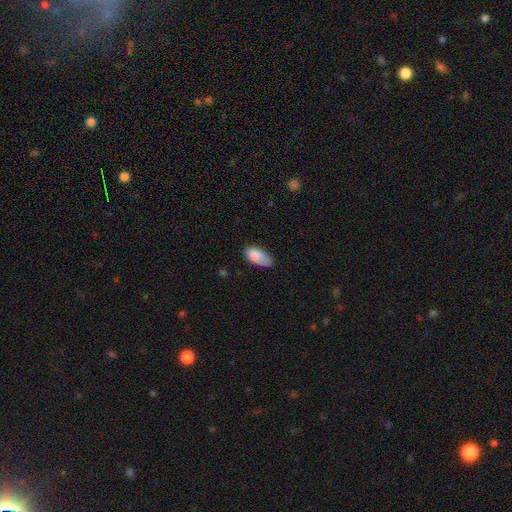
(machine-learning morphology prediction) type=smooth (83%); roundness=in between (91%); merging=none (54%).